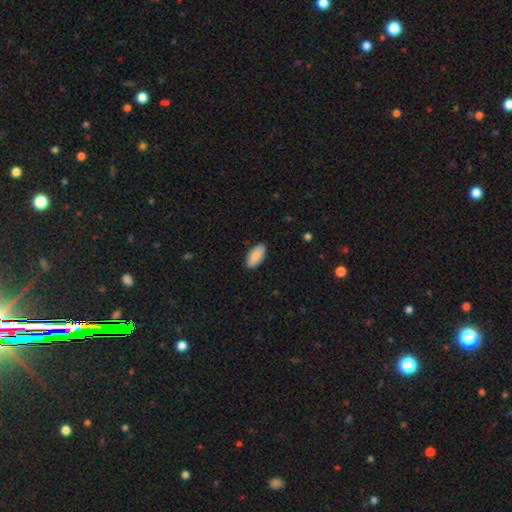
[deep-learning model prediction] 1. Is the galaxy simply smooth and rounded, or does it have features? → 88% smooth, 6% featured or disk, 6% star or artifact.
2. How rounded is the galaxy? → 93% in between, 5% cigar-shaped, 2% round.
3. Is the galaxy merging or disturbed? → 88% none, 9% minor disturbance, 2% major disturbance, 1% merger.